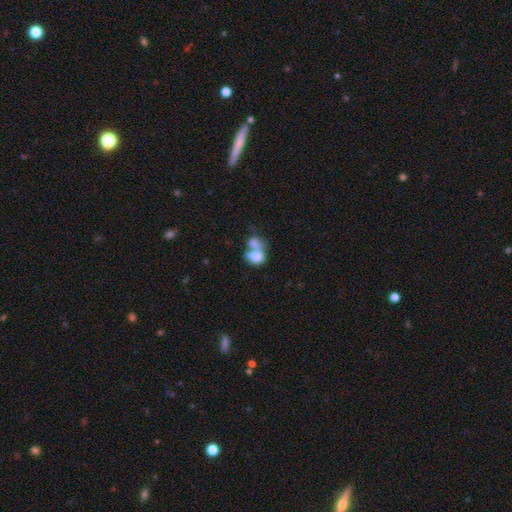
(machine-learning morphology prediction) smooth-or-featured: smooth: 67% | featured or disk: 23% | star or artifact: 10%
  how-rounded: in between: 72% | round: 27% | cigar-shaped: 2%
  merging: merger: 68% | none: 14% | major disturbance: 10% | minor disturbance: 8%